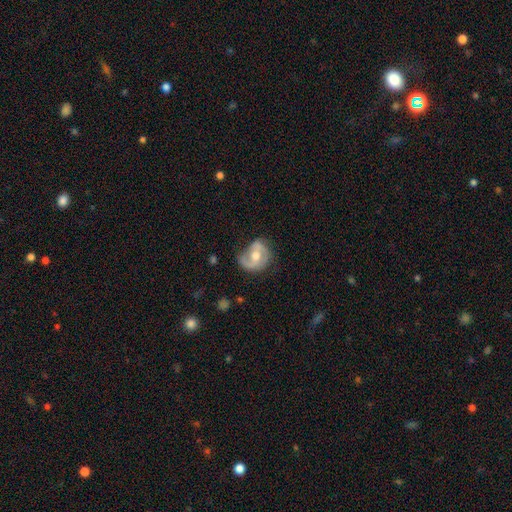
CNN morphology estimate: A featured or disk galaxy (70%) with no bar (44%), 2 (69%) medium (42%) spiral arms (83%) and a moderate central bulge (73%). Merging: none (57%).